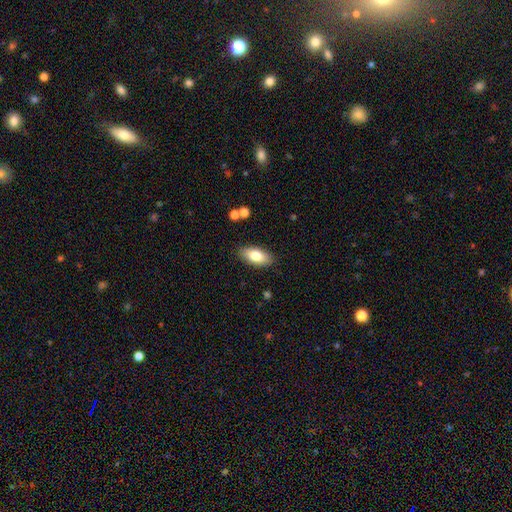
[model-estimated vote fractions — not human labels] Smooth or featured: smooth — 78% (featured or disk — 15%)
How rounded: in between — 89% (cigar-shaped — 8%)
Merging: none — 87% (minor disturbance — 9%)